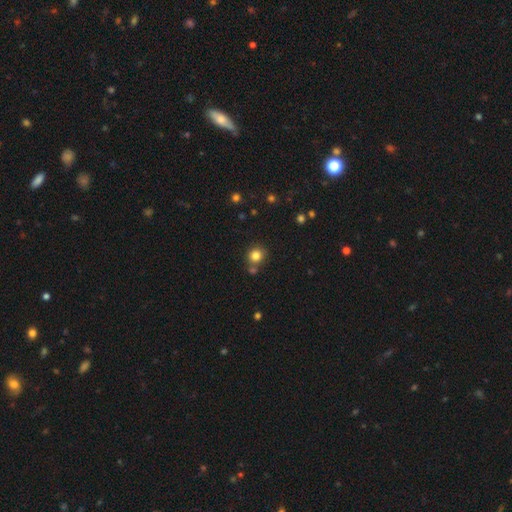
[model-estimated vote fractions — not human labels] smooth-or-featured: smooth: 82% | star or artifact: 12% | featured or disk: 6%
  how-rounded: round: 87% | in between: 12% | cigar-shaped: 1%
  merging: none: 73% | merger: 14% | minor disturbance: 9% | major disturbance: 3%